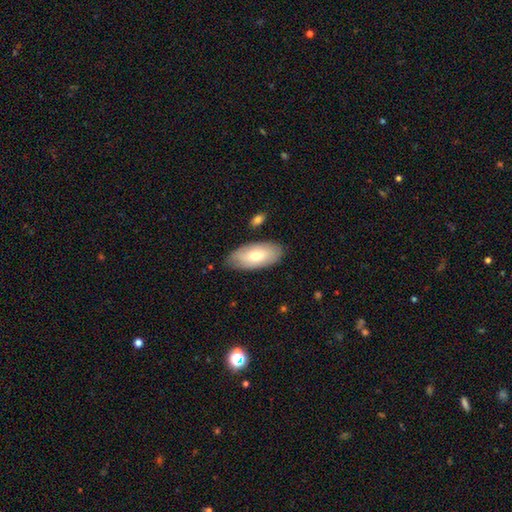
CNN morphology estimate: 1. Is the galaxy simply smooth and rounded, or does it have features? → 75% smooth, 20% featured or disk, 5% star or artifact.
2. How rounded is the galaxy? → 91% in between, 7% cigar-shaped, 2% round.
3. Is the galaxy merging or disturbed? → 80% none, 14% minor disturbance, 3% major disturbance, 2% merger.